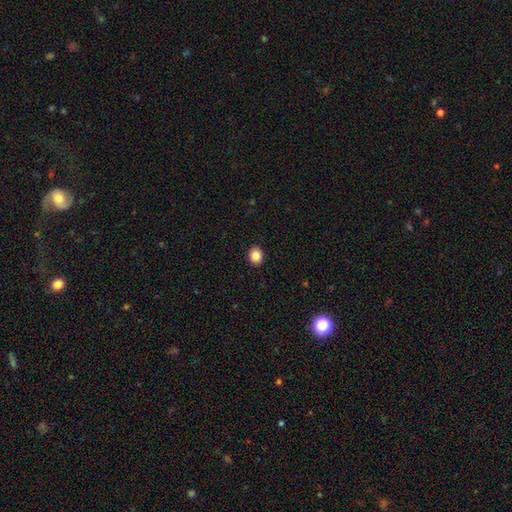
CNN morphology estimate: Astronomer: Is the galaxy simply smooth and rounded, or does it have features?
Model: smooth — 86%.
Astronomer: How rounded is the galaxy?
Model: round — 59% (runner-up: in between, 41%).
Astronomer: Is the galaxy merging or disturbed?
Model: none — 92%.